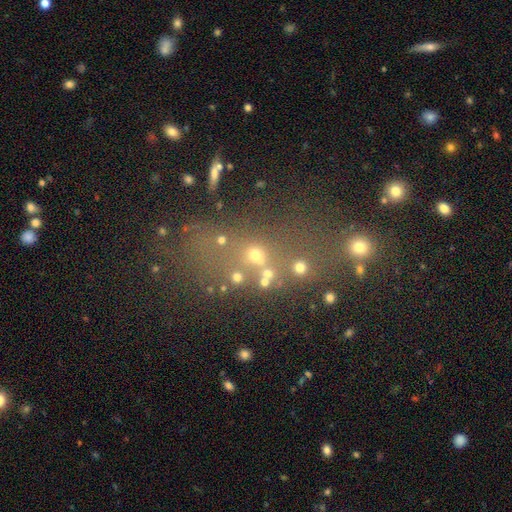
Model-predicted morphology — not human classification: A smooth galaxy with no disk features (42%).

Vote fractions:
- Smooth or featured? smooth: 42% / star or artifact: 39% / featured or disk: 19%
- Merging? none: 47% / merger: 29% / minor disturbance: 13% / major disturbance: 12%